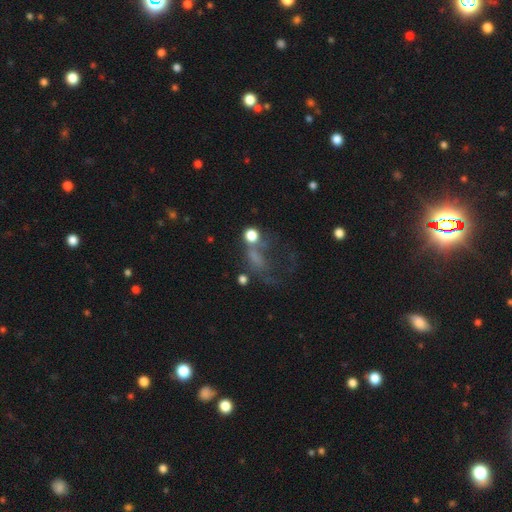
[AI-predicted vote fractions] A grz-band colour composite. It shows a smooth galaxy with no disk features (37%). Merging: major disturbance (46%).